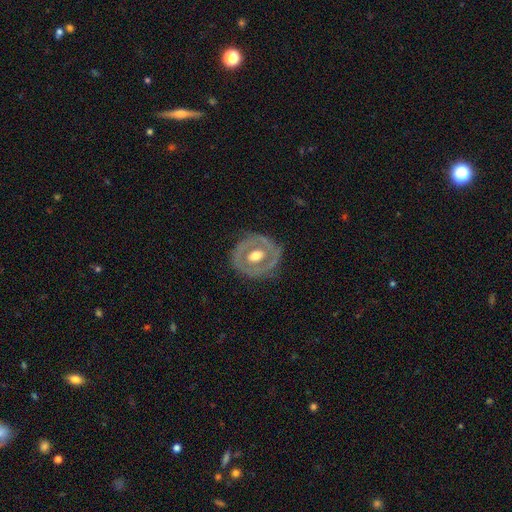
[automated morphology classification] Smooth or featured?
  - featured or disk: 66% *
  - smooth: 29%
  - star or artifact: 5%
Edge-on disk?
  - no: 94% *
  - yes: 6%
Bar?
  - no: 65% *
  - weak: 25%
  - strong: 10%
Spiral arms?
  - no: 76% *
  - yes: 24%
Bulge size?
  - moderate: 66% *
  - large: 26%
  - small: 6%
  - dominant: 2%
  - none: 1%
Merging?
  - none: 75% *
  - minor disturbance: 17%
  - major disturbance: 6%
  - merger: 1%